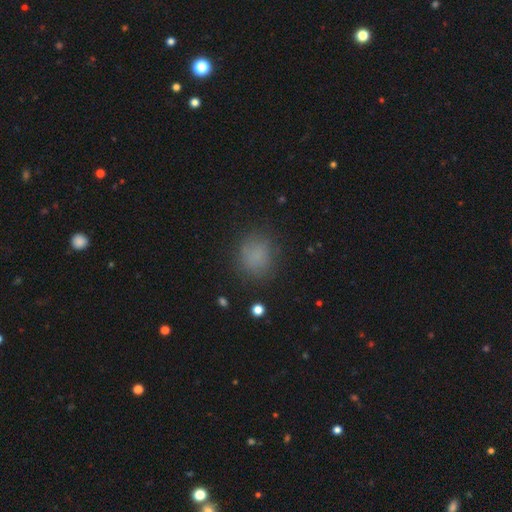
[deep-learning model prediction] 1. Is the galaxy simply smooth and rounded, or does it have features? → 79% smooth, 14% star or artifact, 6% featured or disk.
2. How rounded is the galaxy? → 77% round, 22% in between, 1% cigar-shaped.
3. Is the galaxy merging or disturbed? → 81% none, 13% minor disturbance, 5% major disturbance, 2% merger.